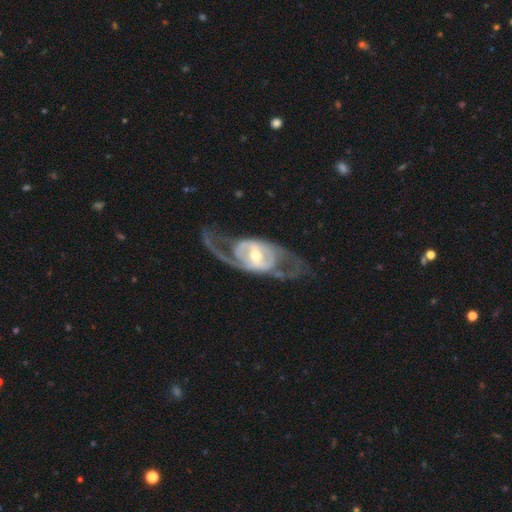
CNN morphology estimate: Smooth or featured? featured or disk (86%)
Edge-on disk? no (93%)
Bar? strong (39%)
Spiral arms? yes (81%)
Spiral winding? medium (46%)
Spiral arm count? 2 (82%)
Bulge size? moderate (54%)
Merging? none (62%)